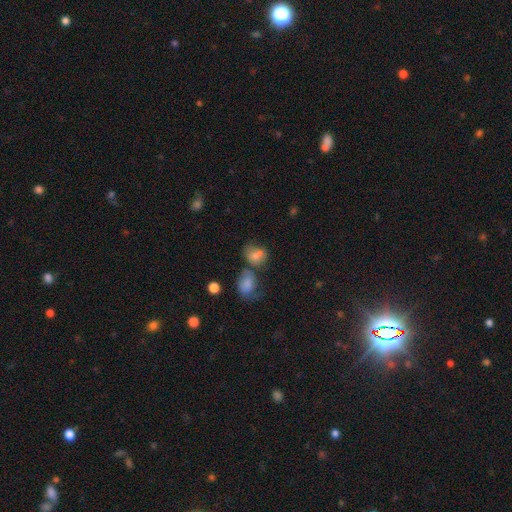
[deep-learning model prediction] This appears to be a smooth galaxy with no disk features (69%) that is round (50%). Merging: merger (39%).